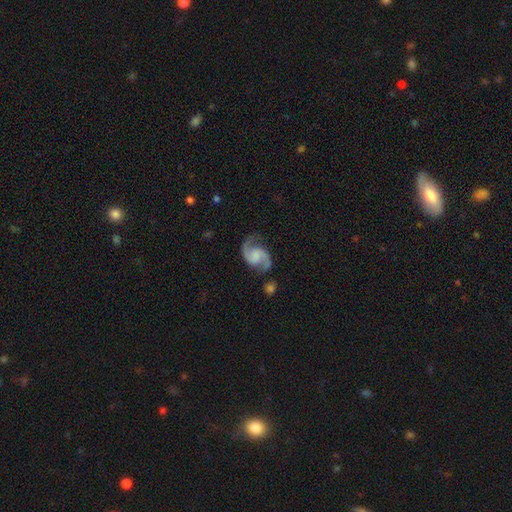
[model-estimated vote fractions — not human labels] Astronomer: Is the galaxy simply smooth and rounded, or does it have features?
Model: featured or disk — 91%.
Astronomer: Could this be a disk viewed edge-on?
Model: no — 98%.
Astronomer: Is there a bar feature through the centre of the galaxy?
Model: no — 51% (runner-up: weak, 40%).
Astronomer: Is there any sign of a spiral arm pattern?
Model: yes — 98%.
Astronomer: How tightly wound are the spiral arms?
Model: medium — 53% (runner-up: loose, 34%).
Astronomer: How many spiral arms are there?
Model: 2 — 94%.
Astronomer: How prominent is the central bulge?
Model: none — 50%.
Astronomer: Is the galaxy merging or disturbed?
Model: none — 78%.